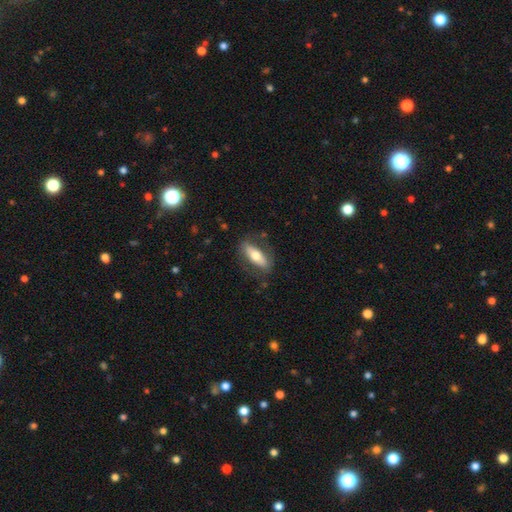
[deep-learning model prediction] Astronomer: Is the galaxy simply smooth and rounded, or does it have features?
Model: smooth — 56% (runner-up: featured or disk, 39%).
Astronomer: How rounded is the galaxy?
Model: in between — 61% (runner-up: cigar-shaped, 36%).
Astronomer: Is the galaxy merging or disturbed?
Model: none — 78%.